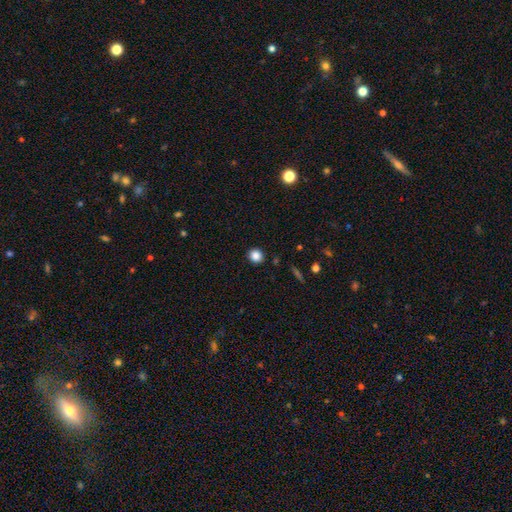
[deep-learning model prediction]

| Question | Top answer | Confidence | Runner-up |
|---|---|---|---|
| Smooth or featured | smooth | 85% | star or artifact (10%) |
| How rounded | round | 86% | in between (13%) |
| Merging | none | 91% | minor disturbance (6%) |